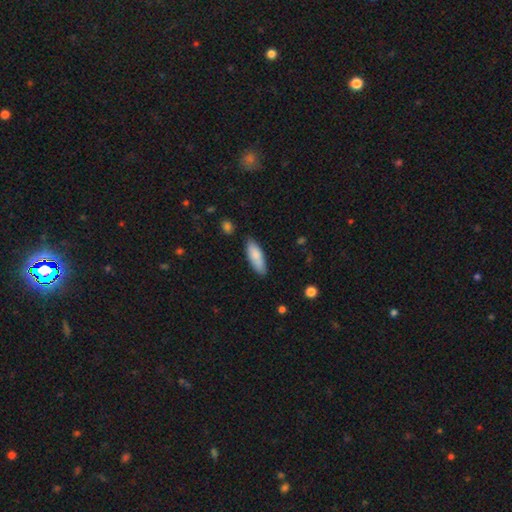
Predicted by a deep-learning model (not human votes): Smooth or featured? smooth (84%)
How rounded? in between (60%)
Merging? none (82%)